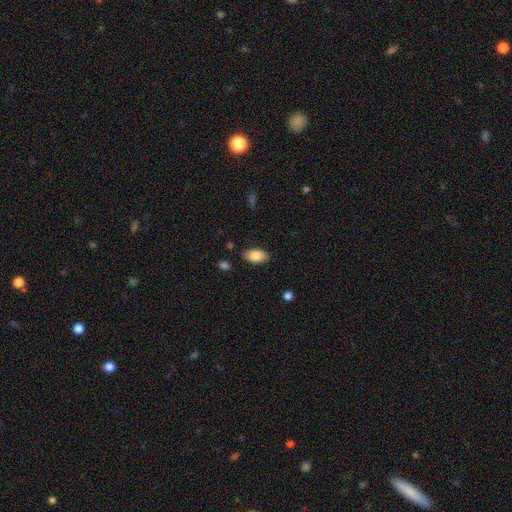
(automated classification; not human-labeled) This is clearly a smooth galaxy (86%). How rounded: clearly in between (93%). Merging: clearly none (85%).